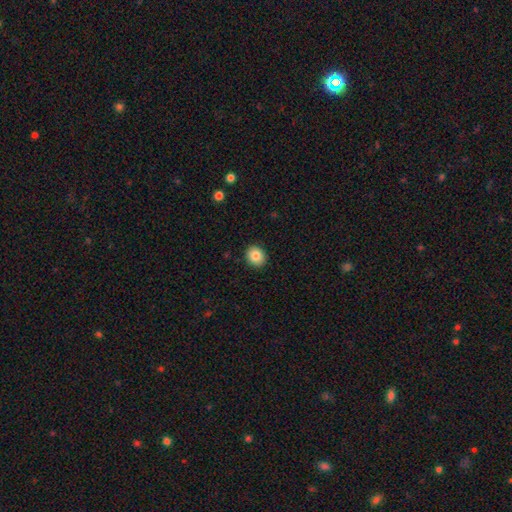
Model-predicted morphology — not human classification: Overall: smooth (85%). How rounded: round (73%). Merging: none (92%).